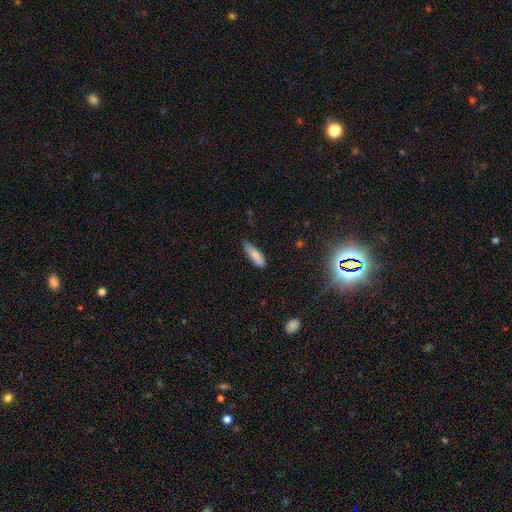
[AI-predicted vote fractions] Smooth or featured? Predicted: smooth (p=0.79). How rounded? Predicted: cigar-shaped (p=0.50). Merging? Predicted: none (p=0.62).